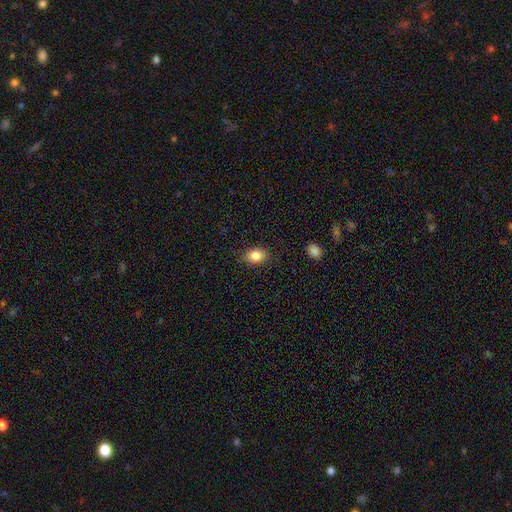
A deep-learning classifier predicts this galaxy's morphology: smooth 84%, star or artifact 9%, featured or disk 7%. Down the decision tree: how rounded — in between (70%); merging — none (86%).